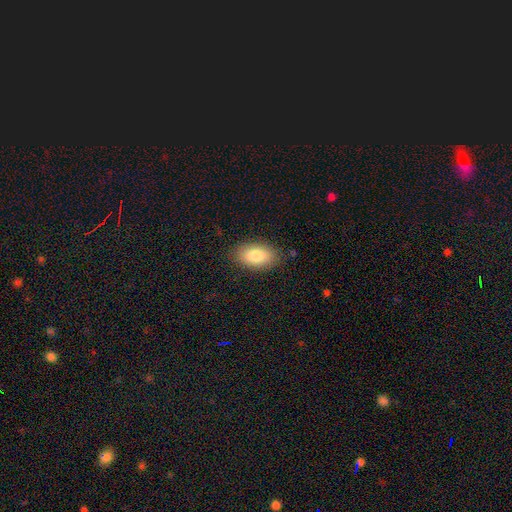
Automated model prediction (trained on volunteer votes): Overall: smooth (82%). How rounded: in between (91%). Merging: none (85%).